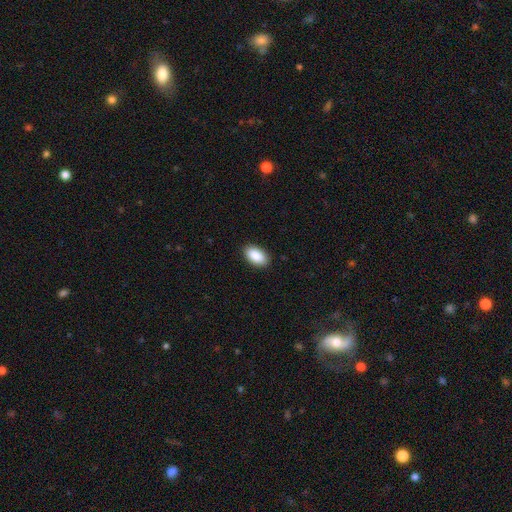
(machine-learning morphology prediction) A smooth galaxy with no disk features (90%) that is in between round and cigar-shaped (95%).

Vote fractions:
- Smooth or featured? smooth: 90% / star or artifact: 6% / featured or disk: 3%
- How rounded? in between: 95% / round: 4% / cigar-shaped: 2%
- Merging? none: 90% / minor disturbance: 8% / major disturbance: 2% / merger: 1%